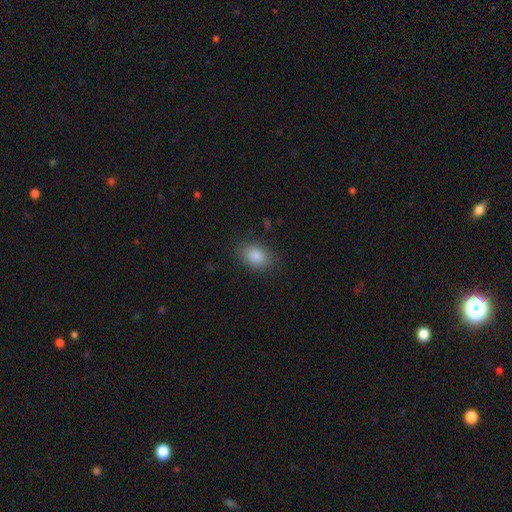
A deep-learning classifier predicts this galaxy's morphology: This is clearly a smooth galaxy (84%). How rounded: likely in between (71%). Merging: clearly none (86%).